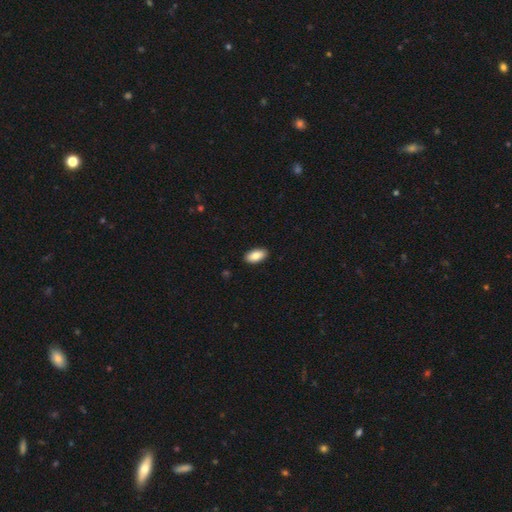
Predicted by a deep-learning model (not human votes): This appears to be a smooth galaxy with no disk features (86%) that is in between round and cigar-shaped (93%). Merging: none (90%).